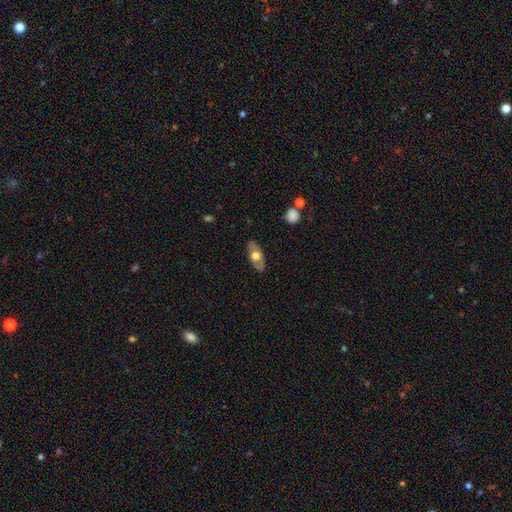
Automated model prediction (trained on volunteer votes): This is possibly a smooth galaxy (51%). How rounded: clearly in between (86%). Merging: clearly none (83%).